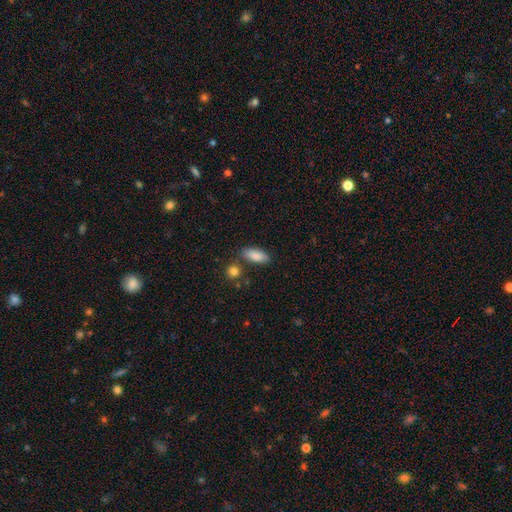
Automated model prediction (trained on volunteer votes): Q: Smooth or featured?
A: smooth (88%); runner-up: star or artifact (6%)
Q: How rounded?
A: in between (82%); runner-up: cigar-shaped (15%)
Q: Merging?
A: none (78%); runner-up: minor disturbance (13%)